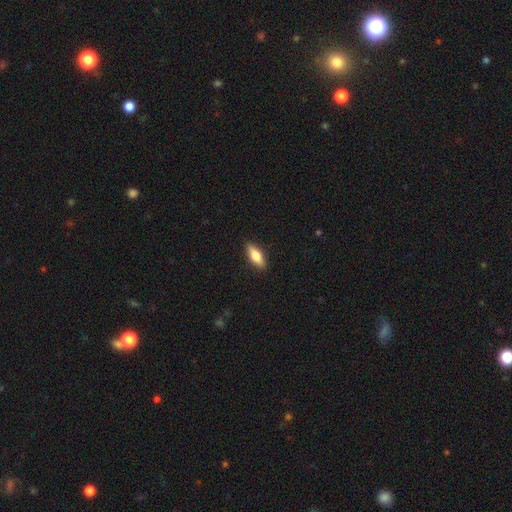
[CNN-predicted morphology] Smooth or featured?
  - smooth: 72% *
  - featured or disk: 22%
  - star or artifact: 6%
How rounded?
  - in between: 65% *
  - cigar-shaped: 32%
  - round: 3%
Merging?
  - none: 90% *
  - minor disturbance: 8%
  - major disturbance: 2%
  - merger: 1%